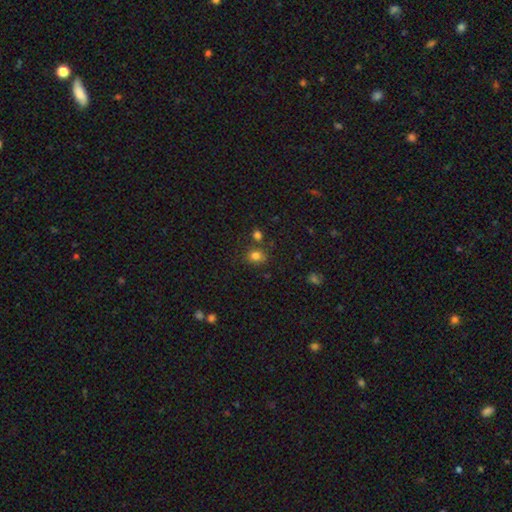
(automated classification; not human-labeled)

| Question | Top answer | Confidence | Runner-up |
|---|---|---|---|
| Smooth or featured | smooth | 79% | star or artifact (14%) |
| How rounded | round | 59% | in between (40%) |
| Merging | none | 71% | minor disturbance (13%) |